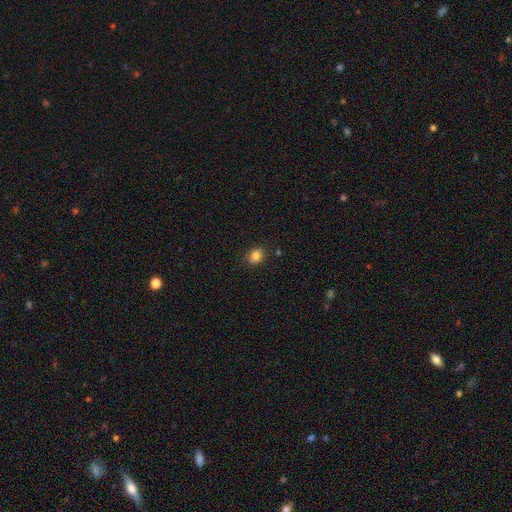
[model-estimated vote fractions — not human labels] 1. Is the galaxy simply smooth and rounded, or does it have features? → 85% smooth, 11% star or artifact, 4% featured or disk.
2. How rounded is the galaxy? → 57% round, 42% in between, 1% cigar-shaped.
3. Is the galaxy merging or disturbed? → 86% none, 10% minor disturbance, 3% major disturbance, 2% merger.